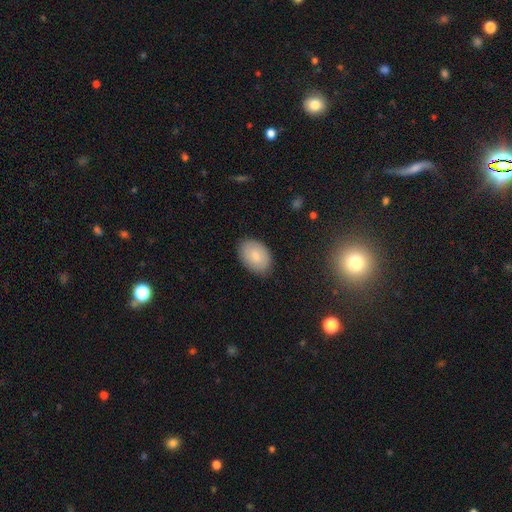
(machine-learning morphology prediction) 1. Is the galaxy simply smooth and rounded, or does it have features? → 80% smooth, 13% featured or disk, 7% star or artifact.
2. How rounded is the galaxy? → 83% in between, 16% round, 1% cigar-shaped.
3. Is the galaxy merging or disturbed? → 85% none, 12% minor disturbance, 3% major disturbance, 1% merger.